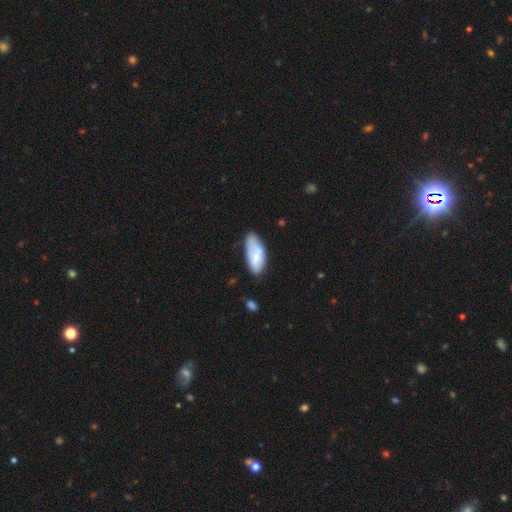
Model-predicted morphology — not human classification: Smooth or featured? smooth (67%)
How rounded? in between (86%)
Merging? none (45%)